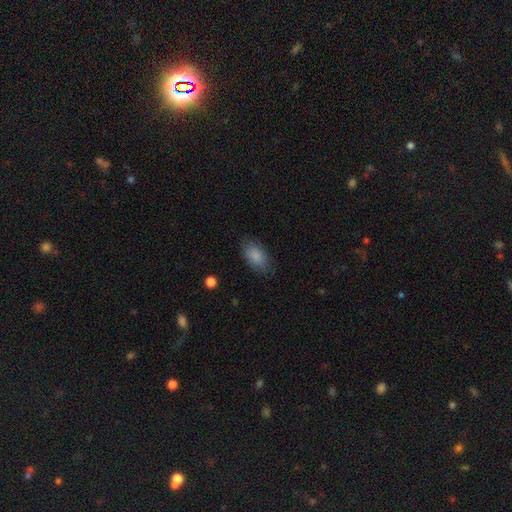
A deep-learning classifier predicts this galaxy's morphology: This is clearly a smooth galaxy (87%). How rounded: clearly in between (92%). Merging: clearly none (81%).